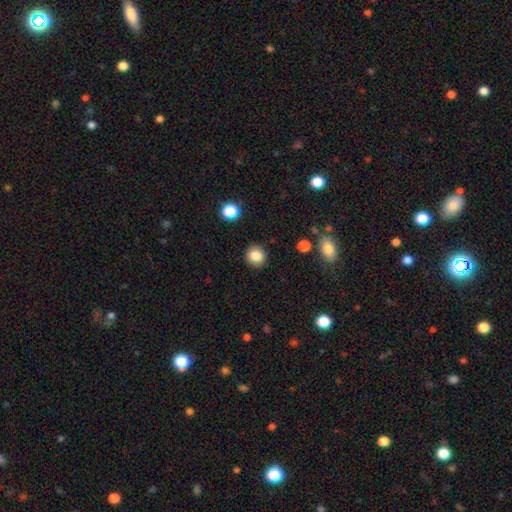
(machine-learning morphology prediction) The model was most divided on "smooth or featured": smooth: 84%, star or artifact: 10%, featured or disk: 6%. More confident: merging — none (90%); how rounded — round (90%).